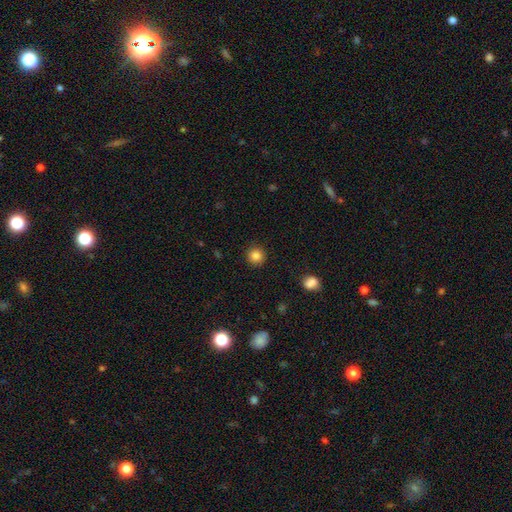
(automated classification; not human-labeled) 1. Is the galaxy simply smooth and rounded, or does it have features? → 84% smooth, 11% star or artifact, 4% featured or disk.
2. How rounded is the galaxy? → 94% round, 5% in between, 1% cigar-shaped.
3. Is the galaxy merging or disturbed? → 91% none, 6% minor disturbance, 2% major disturbance, 1% merger.